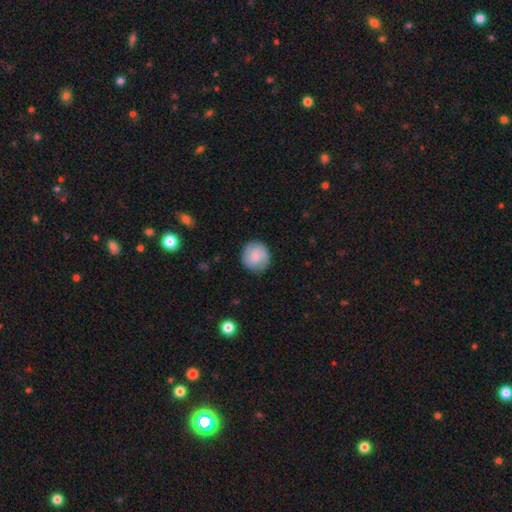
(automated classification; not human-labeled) Q: Smooth or featured?
A: smooth (68%); runner-up: featured or disk (26%)
Q: How rounded?
A: round (88%); runner-up: in between (11%)
Q: Merging?
A: none (84%); runner-up: minor disturbance (12%)